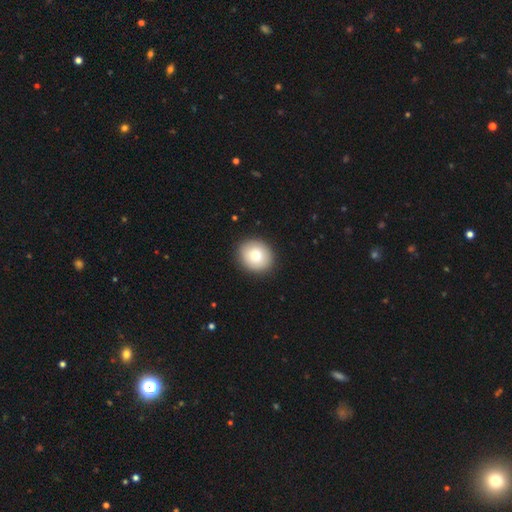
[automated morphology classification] Smooth or featured?
  - smooth: 82% *
  - featured or disk: 11%
  - star or artifact: 7%
How rounded?
  - round: 73% *
  - in between: 26%
  - cigar-shaped: 1%
Merging?
  - none: 91% *
  - minor disturbance: 7%
  - major disturbance: 2%
  - merger: 1%